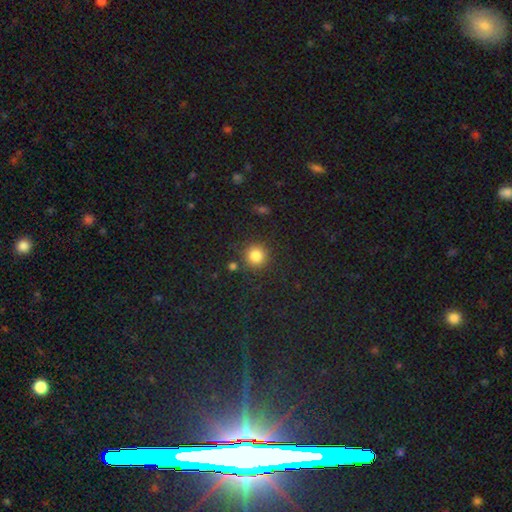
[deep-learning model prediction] This appears to be a smooth galaxy with no disk features (83%) that is round (92%). Merging: none (84%).